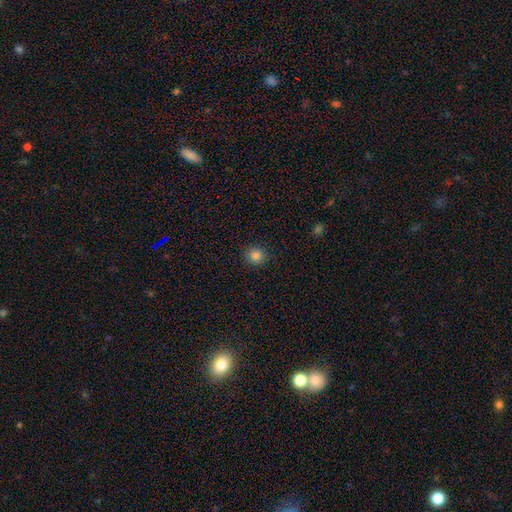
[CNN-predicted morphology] A smooth galaxy with no disk features (83%) that is round (89%). Merging: none (91%).